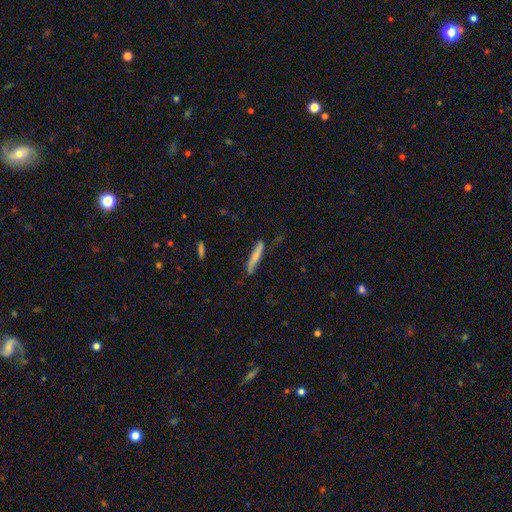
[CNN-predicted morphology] Q: Smooth or featured?
A: smooth (63%); runner-up: featured or disk (31%)
Q: How rounded?
A: cigar-shaped (91%); runner-up: in between (7%)
Q: Merging?
A: none (74%); runner-up: minor disturbance (20%)